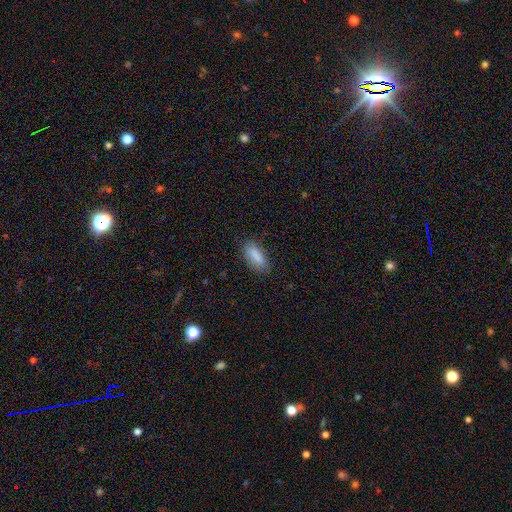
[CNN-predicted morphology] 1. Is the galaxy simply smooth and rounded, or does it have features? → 84% smooth, 9% featured or disk, 7% star or artifact.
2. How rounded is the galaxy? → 72% in between, 26% cigar-shaped, 2% round.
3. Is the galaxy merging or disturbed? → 80% none, 15% minor disturbance, 4% major disturbance, 1% merger.